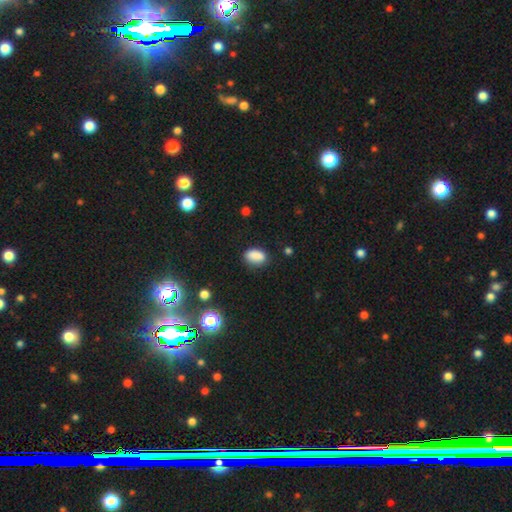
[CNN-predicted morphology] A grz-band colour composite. It shows a smooth galaxy with no disk features (86%) that is in between round and cigar-shaped (87%). Merging: none (77%).